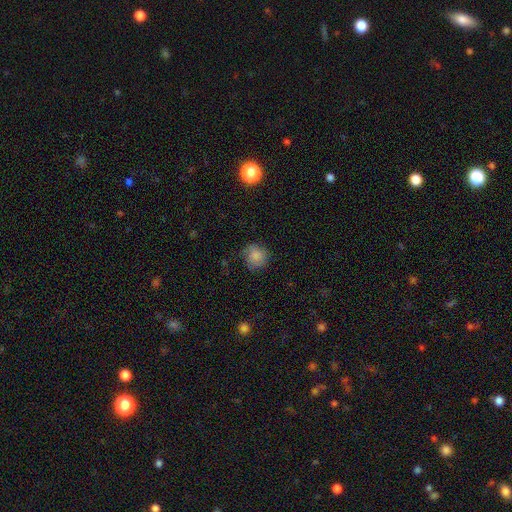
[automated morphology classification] smooth_or_featured: smooth (p=0.81) [alt: star or artifact p=0.10]
how_rounded: round (p=0.87) [alt: in between p=0.12]
merging: none (p=0.69) [alt: minor disturbance p=0.23]